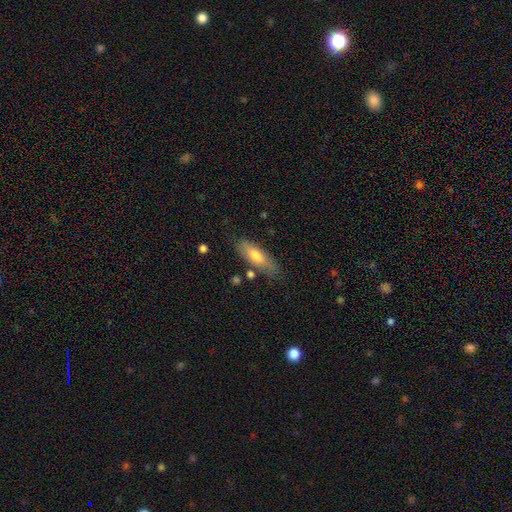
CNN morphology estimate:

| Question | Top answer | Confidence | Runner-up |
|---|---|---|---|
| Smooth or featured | smooth | 69% | featured or disk (25%) |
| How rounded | in between | 58% | cigar-shaped (40%) |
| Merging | none | 74% | minor disturbance (18%) |